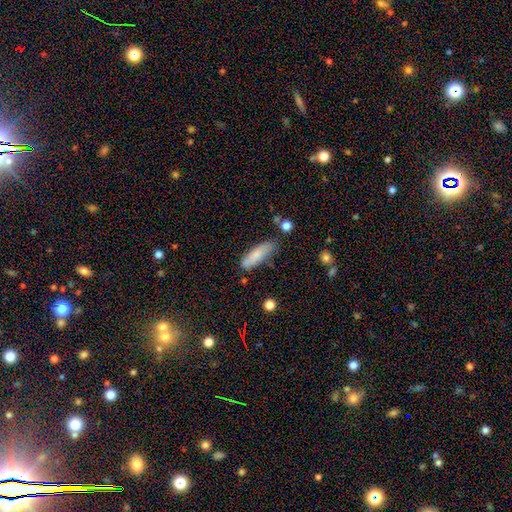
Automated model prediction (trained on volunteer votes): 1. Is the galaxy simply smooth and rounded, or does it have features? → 81% smooth, 12% featured or disk, 7% star or artifact.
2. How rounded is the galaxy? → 50% in between, 48% cigar-shaped, 2% round.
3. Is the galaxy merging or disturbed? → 69% none, 21% minor disturbance, 5% major disturbance, 5% merger.